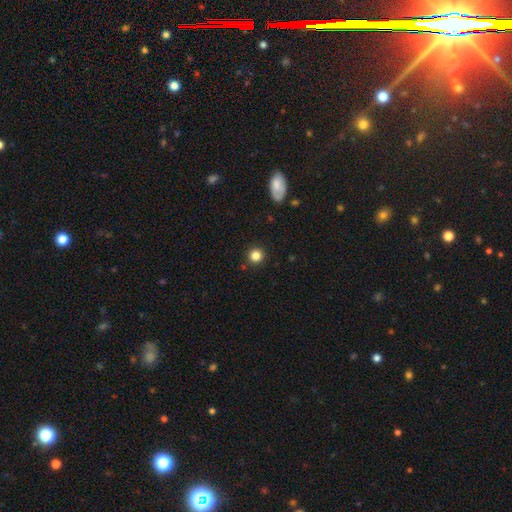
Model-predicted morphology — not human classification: Smooth or featured? Predicted: smooth (p=0.84). How rounded? Predicted: round (p=0.94). Merging? Predicted: none (p=0.91).